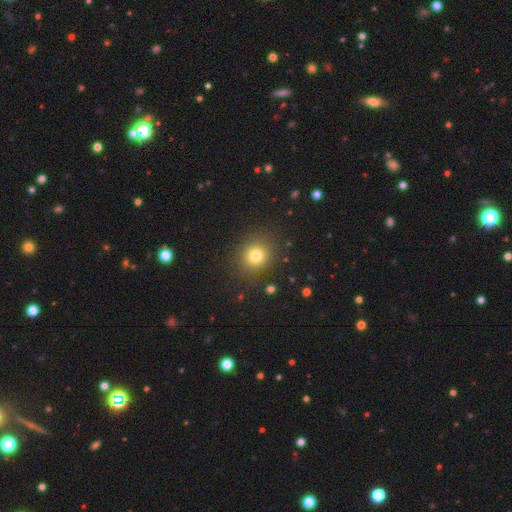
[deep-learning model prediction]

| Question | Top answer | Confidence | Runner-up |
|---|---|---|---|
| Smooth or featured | smooth | 78% | star or artifact (15%) |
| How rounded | round | 85% | in between (14%) |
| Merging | none | 87% | minor disturbance (8%) |